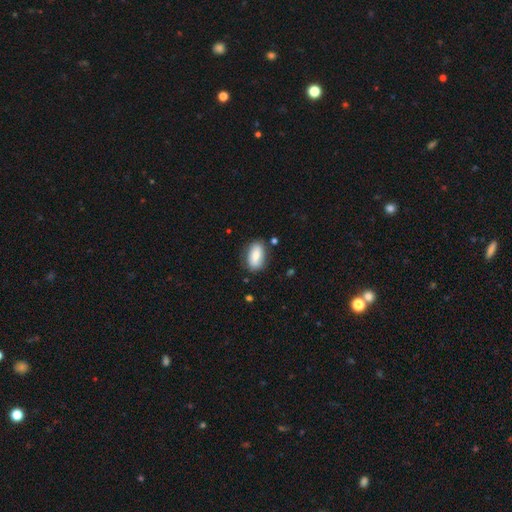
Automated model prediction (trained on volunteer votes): Overall: smooth (78%). How rounded: in between (91%). Merging: none (78%).